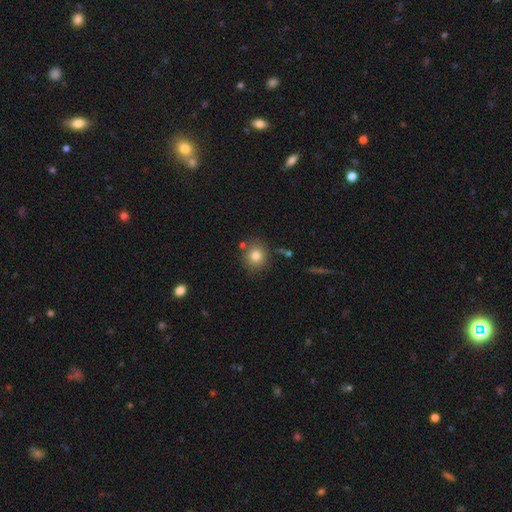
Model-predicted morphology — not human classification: Smooth or featured? Predicted: smooth (p=0.78). How rounded? Predicted: round (p=0.87). Merging? Predicted: none (p=0.80).